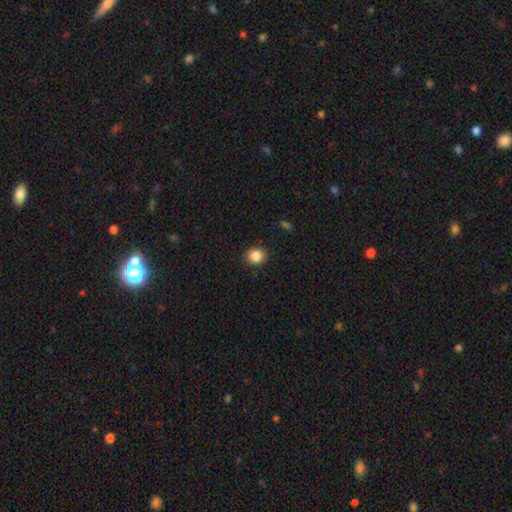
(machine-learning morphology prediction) The model was most divided on "how rounded": round: 75%, in between: 24%, cigar-shaped: 1%. More confident: merging — none (90%); smooth or featured — smooth (86%).